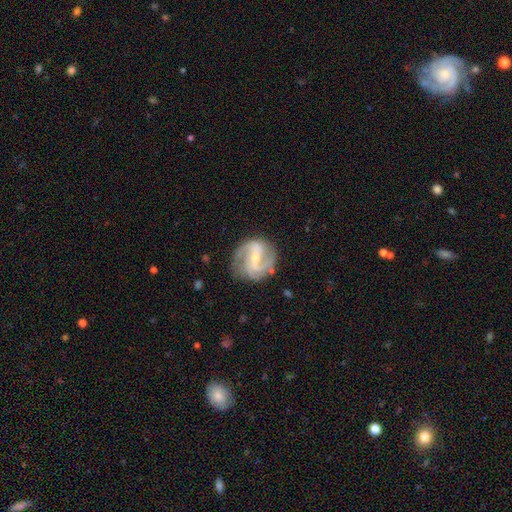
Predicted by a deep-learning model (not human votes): This is clearly a featured or disk galaxy (87%). It is clearly not viewed edge-on (98%). Bar: possibly weak (46%). Spiral arm pattern: clearly yes (96%). Spiral arm count: likely 2 (77%). Spiral winding: possibly medium (50%). Central bulge: likely small (61%). Merging: likely none (76%).